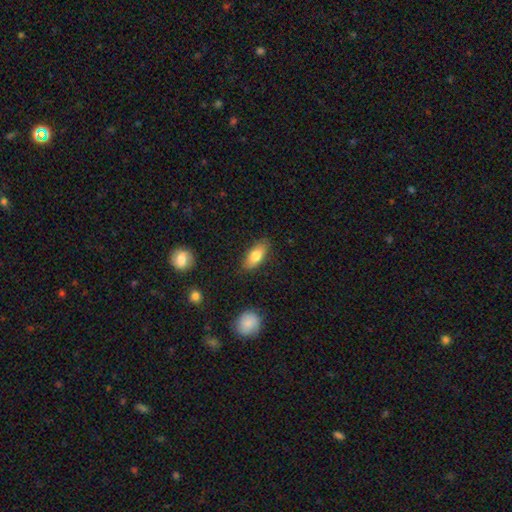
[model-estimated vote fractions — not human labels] smooth 78%, featured or disk 16%, star or artifact 7%. Down the decision tree: how rounded — in between (80%); merging — none (84%).